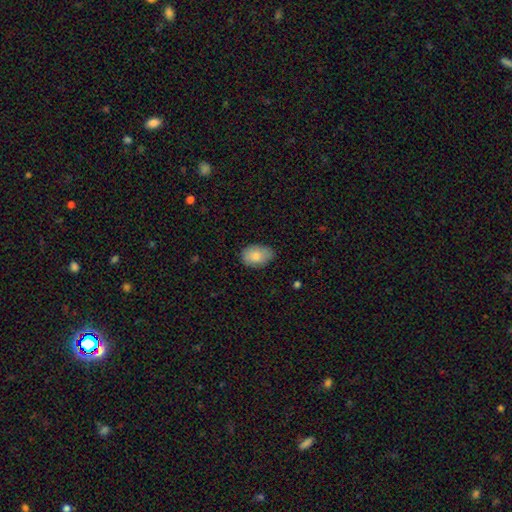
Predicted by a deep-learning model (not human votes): smooth_or_featured: smooth (p=0.84) [alt: featured or disk p=0.09]
how_rounded: in between (p=0.85) [alt: round p=0.14]
merging: none (p=0.73) [alt: minor disturbance p=0.22]